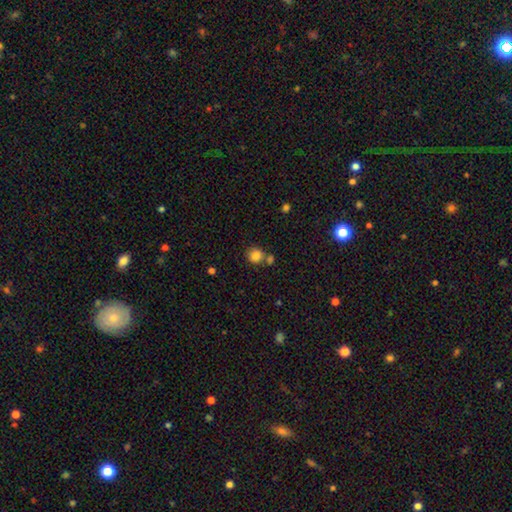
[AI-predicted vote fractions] Smooth or featured?
  - smooth: 84% *
  - star or artifact: 11%
  - featured or disk: 6%
How rounded?
  - round: 88% *
  - in between: 11%
  - cigar-shaped: 1%
Merging?
  - none: 64% *
  - merger: 23%
  - minor disturbance: 10%
  - major disturbance: 3%